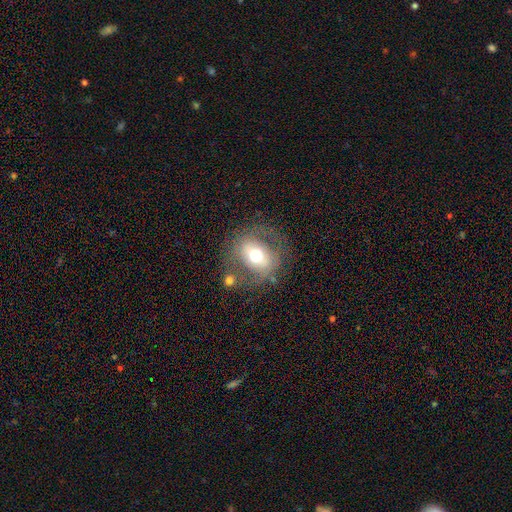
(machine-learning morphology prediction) type=featured or disk (47%); merging=none (63%).